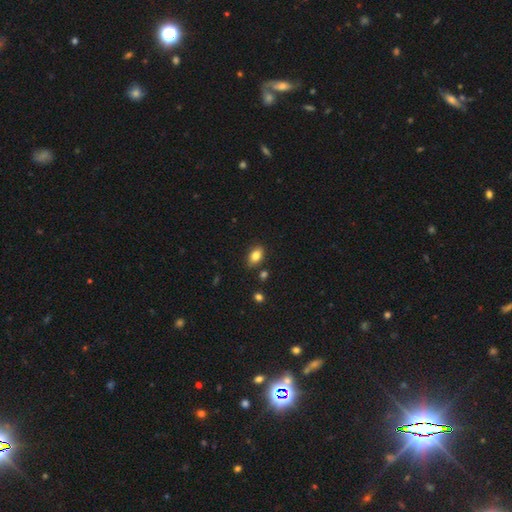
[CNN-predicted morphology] This appears to be a smooth galaxy with no disk features (83%) that is in between round and cigar-shaped (88%). Merging: none (83%).